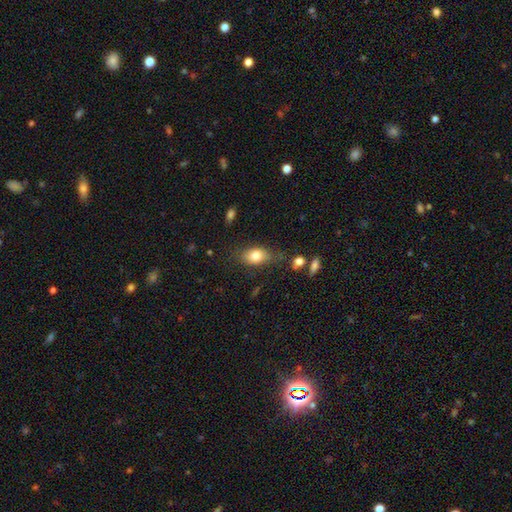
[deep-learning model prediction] The model was most divided on "merging": none: 67%, minor disturbance: 22%, major disturbance: 7%, merger: 4%. More confident: how rounded — in between (85%); smooth or featured — smooth (80%).